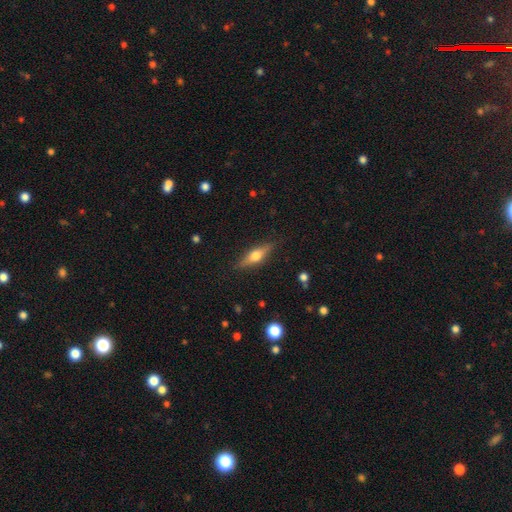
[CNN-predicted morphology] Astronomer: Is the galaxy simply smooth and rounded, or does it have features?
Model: featured or disk — 53% (runner-up: smooth, 41%).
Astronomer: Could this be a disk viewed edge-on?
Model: yes — 93%.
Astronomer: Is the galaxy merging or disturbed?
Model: none — 87%.